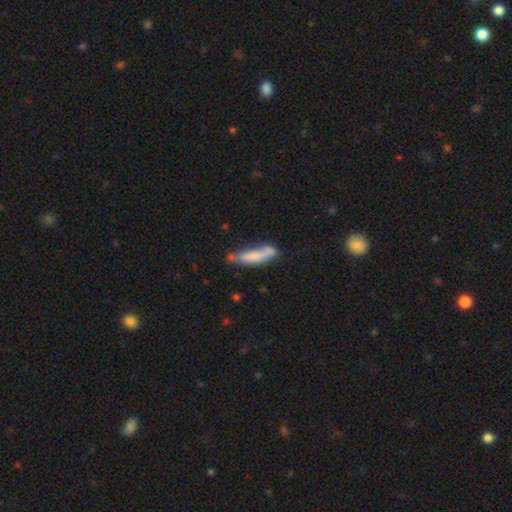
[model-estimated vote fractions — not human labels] smooth 68%, featured or disk 24%, star or artifact 7%. Down the decision tree: how rounded — cigar-shaped (76%); merging — none (45%).